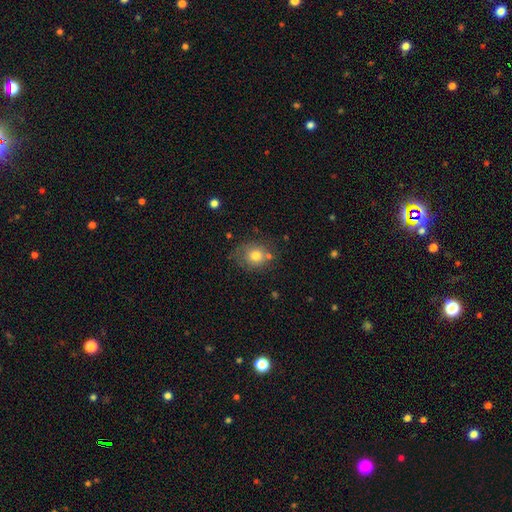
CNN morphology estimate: smooth-or-featured: smooth: 76% | featured or disk: 14% | star or artifact: 10%
  how-rounded: round: 66% | in between: 33% | cigar-shaped: 1%
  merging: none: 62% | minor disturbance: 22% | merger: 9% | major disturbance: 8%